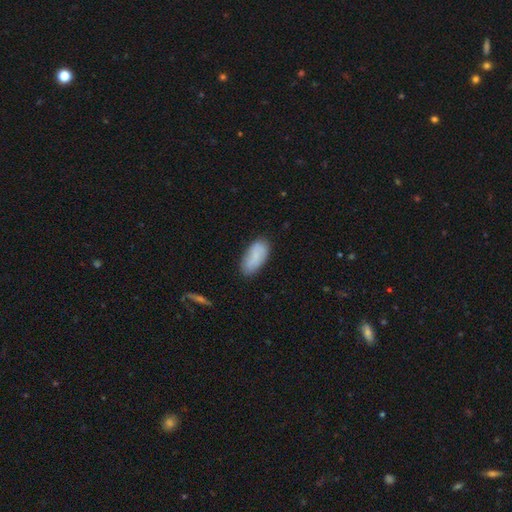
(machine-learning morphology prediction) Smooth or featured: smooth — 77% (featured or disk — 16%)
How rounded: in between — 91% (cigar-shaped — 7%)
Merging: none — 75% (minor disturbance — 19%)